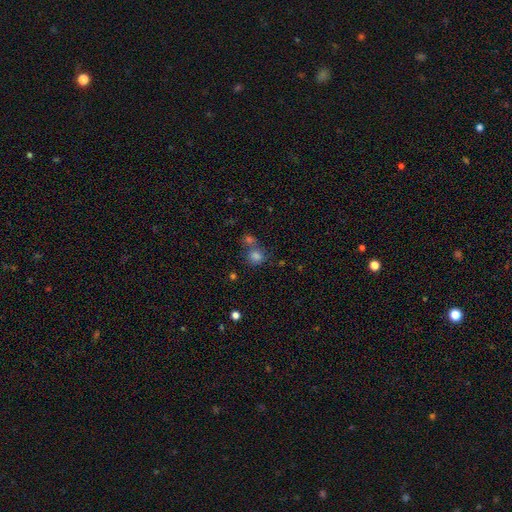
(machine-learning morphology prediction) A smooth galaxy with no disk features (75%) that is round (80%). Merging: none (49%).